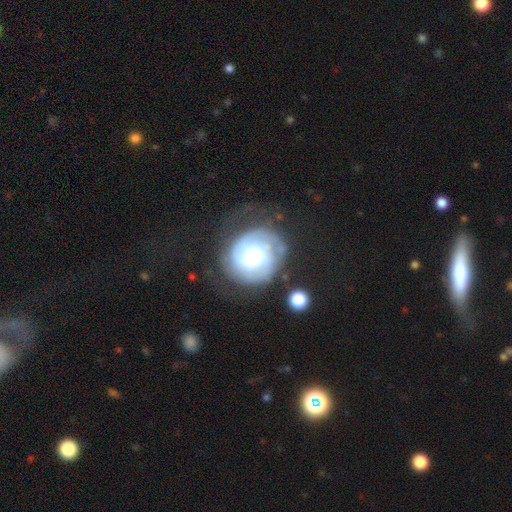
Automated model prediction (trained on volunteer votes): Morphology: type=featured or disk (70%); edge-on=no (98%); bar=no (56%); spiral arms=yes (88%); winding=tight (47%); arm count=2 (46%); bulge=moderate (37%); merging=none (46%).